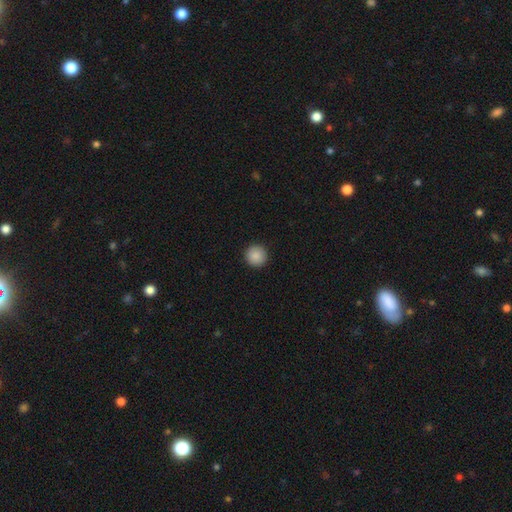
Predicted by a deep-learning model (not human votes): smooth-or-featured: smooth: 88% | star or artifact: 8% | featured or disk: 3%
  how-rounded: round: 96% | in between: 3% | cigar-shaped: 1%
  merging: none: 93% | minor disturbance: 4% | major disturbance: 1% | merger: 1%